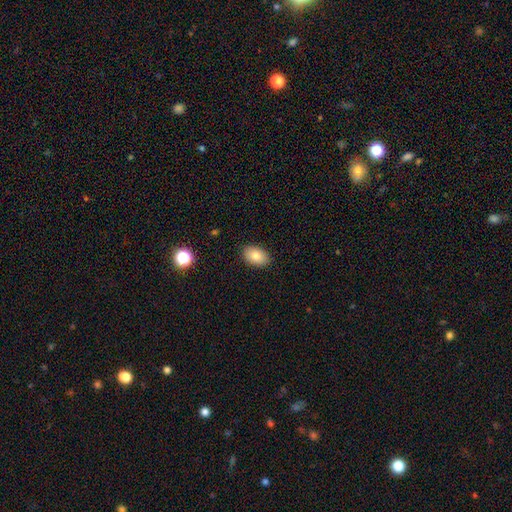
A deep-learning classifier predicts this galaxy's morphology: Q: Smooth or featured?
A: smooth (83%); runner-up: featured or disk (9%)
Q: How rounded?
A: in between (89%); runner-up: round (10%)
Q: Merging?
A: none (88%); runner-up: minor disturbance (9%)